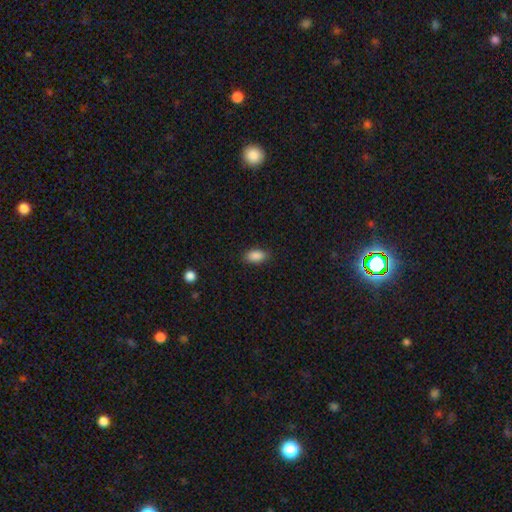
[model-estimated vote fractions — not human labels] Smooth or featured: smooth — 89% (star or artifact — 8%)
How rounded: in between — 91% (round — 5%)
Merging: none — 87% (minor disturbance — 10%)